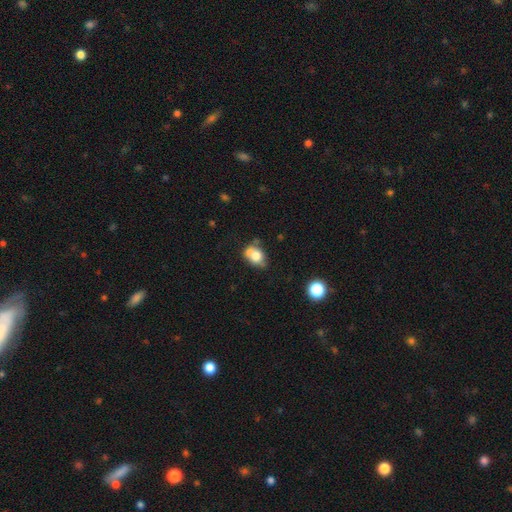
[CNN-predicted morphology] This is likely a smooth galaxy (71%). How rounded: likely in between (66%). Merging: marginally none (39%).